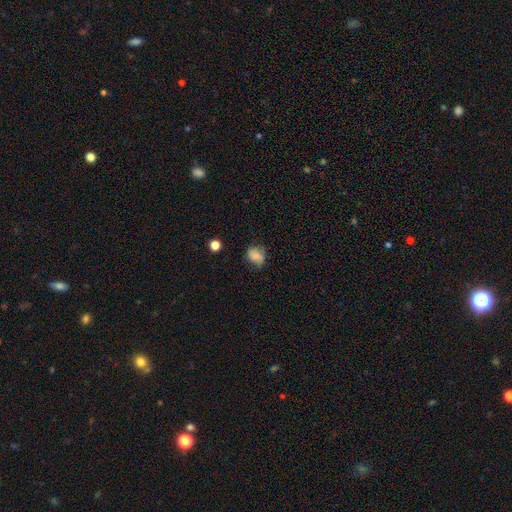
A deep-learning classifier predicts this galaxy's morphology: Overall: smooth (70%). How rounded: in between (52%; round 47%). Merging: none (58%; minor disturbance 30%).